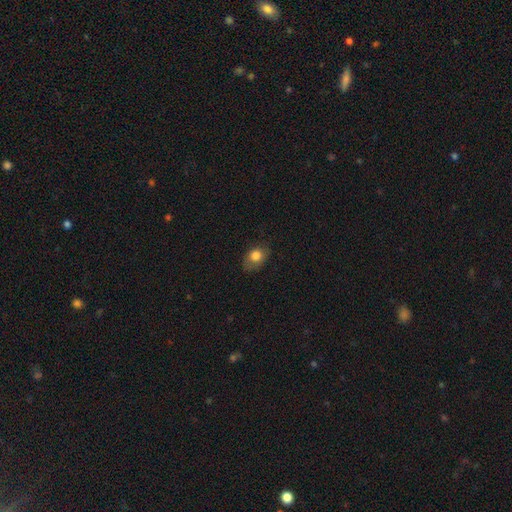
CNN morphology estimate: This is likely a smooth galaxy (79%). How rounded: likely in between (64%). Merging: likely none (68%).